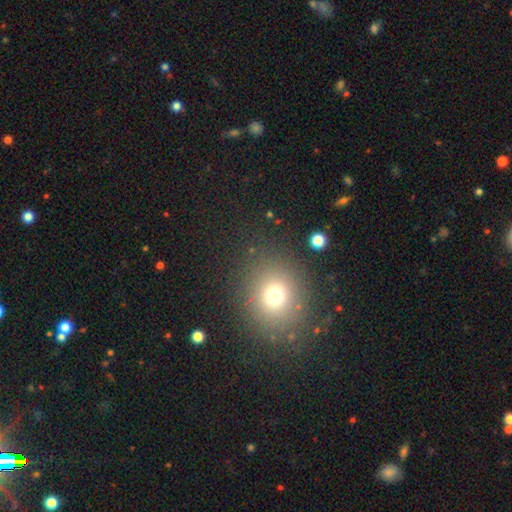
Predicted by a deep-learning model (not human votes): Overall: smooth (62%; star or artifact 26%). How rounded: round (70%). Merging: none (84%).